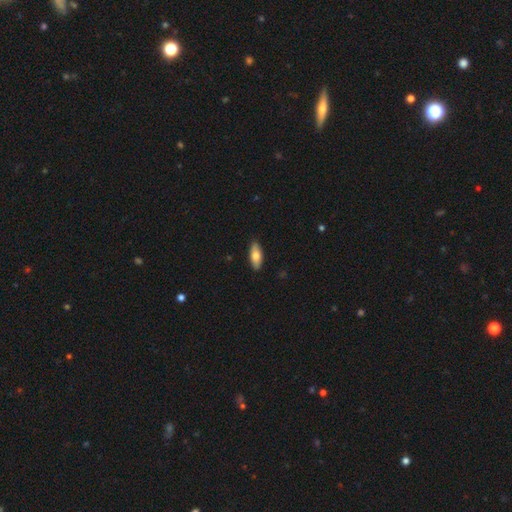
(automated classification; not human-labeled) Smooth or featured? Predicted: smooth (p=0.76). How rounded? Predicted: in between (p=0.78). Merging? Predicted: none (p=0.89).